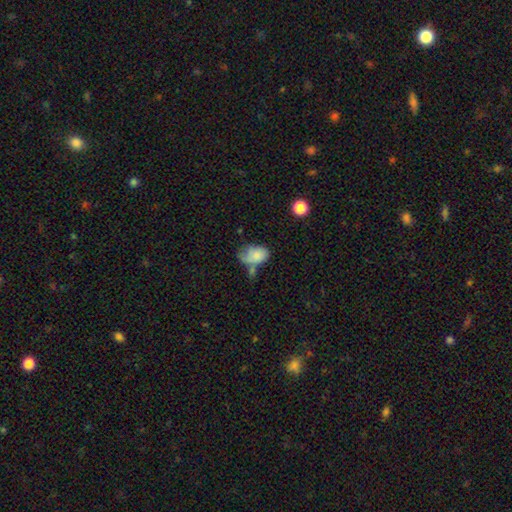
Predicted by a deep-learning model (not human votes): Smooth or featured? Predicted: smooth (p=0.76). How rounded? Predicted: in between (p=0.82). Merging? Predicted: none (p=0.30).